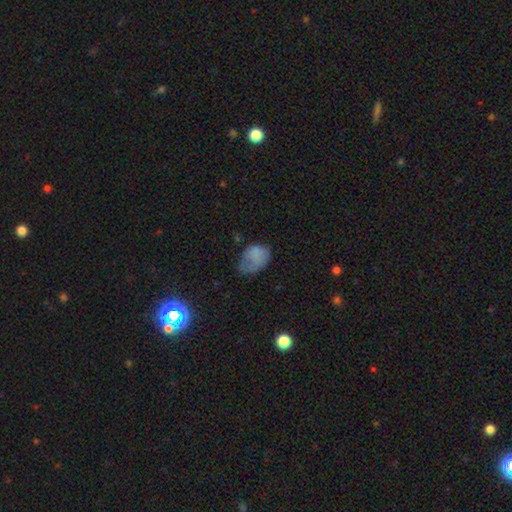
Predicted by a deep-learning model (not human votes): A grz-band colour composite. It shows a smooth galaxy with no disk features (70%) that is in between round and cigar-shaped (78%). Merging: minor disturbance (38%).